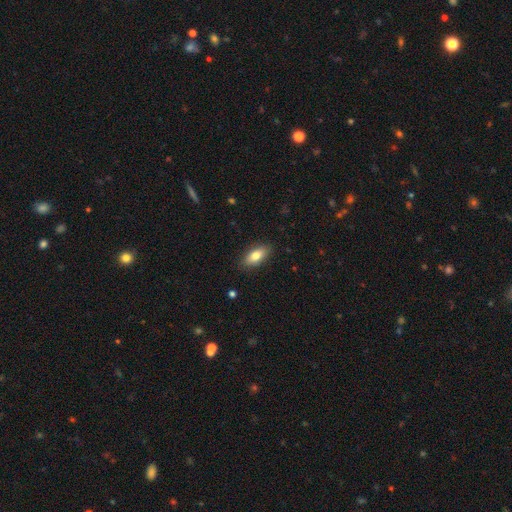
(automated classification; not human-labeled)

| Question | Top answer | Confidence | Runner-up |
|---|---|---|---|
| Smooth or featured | smooth | 79% | featured or disk (14%) |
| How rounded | in between | 85% | cigar-shaped (11%) |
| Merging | none | 88% | minor disturbance (9%) |